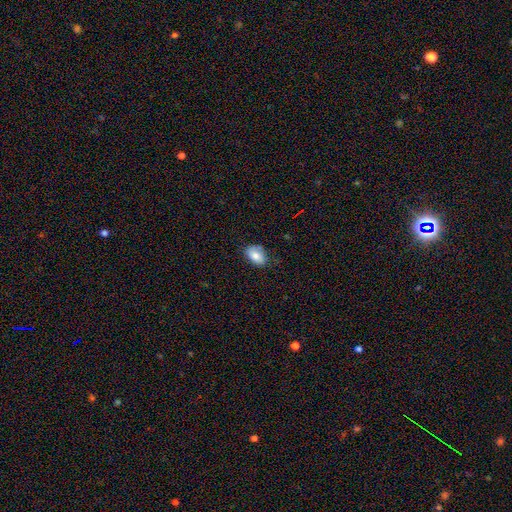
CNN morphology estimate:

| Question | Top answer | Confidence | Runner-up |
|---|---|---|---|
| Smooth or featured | smooth | 79% | featured or disk (13%) |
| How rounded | in between | 88% | round (11%) |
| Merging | none | 67% | minor disturbance (26%) |